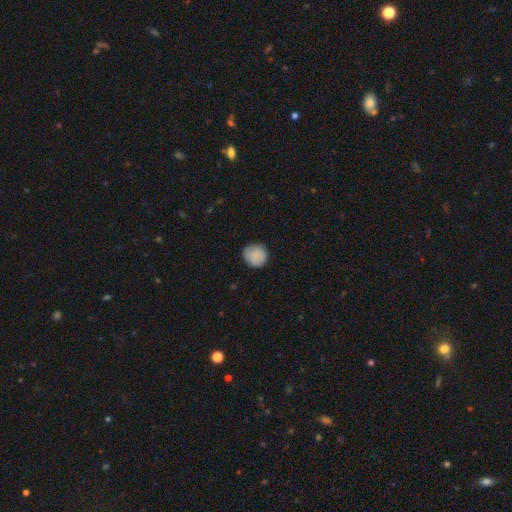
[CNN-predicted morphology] Q: Smooth or featured?
A: smooth (87%); runner-up: star or artifact (7%)
Q: How rounded?
A: round (91%); runner-up: in between (8%)
Q: Merging?
A: none (86%); runner-up: minor disturbance (11%)